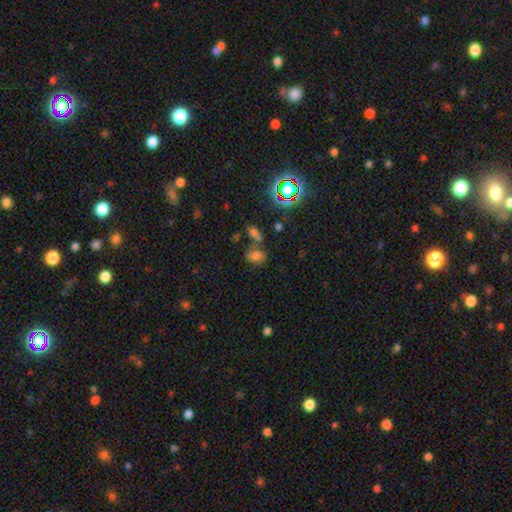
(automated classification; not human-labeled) smooth_or_featured: smooth (p=0.60) [alt: star or artifact p=0.25]
how_rounded: in between (p=0.69) [alt: round p=0.28]
merging: none (p=0.46) [alt: merger p=0.31]